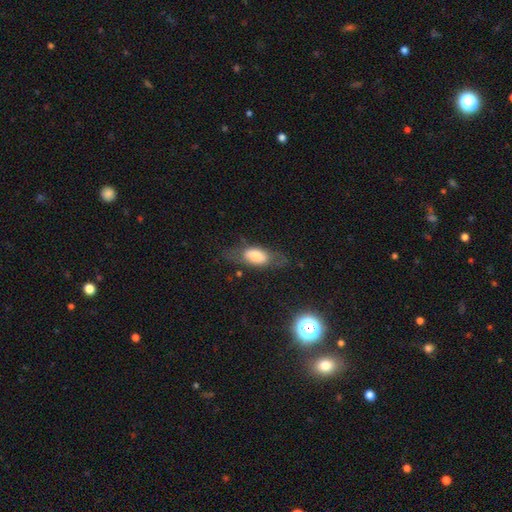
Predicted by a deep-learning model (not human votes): Q: Smooth or featured?
A: smooth (61%); runner-up: featured or disk (31%)
Q: How rounded?
A: in between (79%); runner-up: cigar-shaped (15%)
Q: Merging?
A: none (62%); runner-up: minor disturbance (21%)